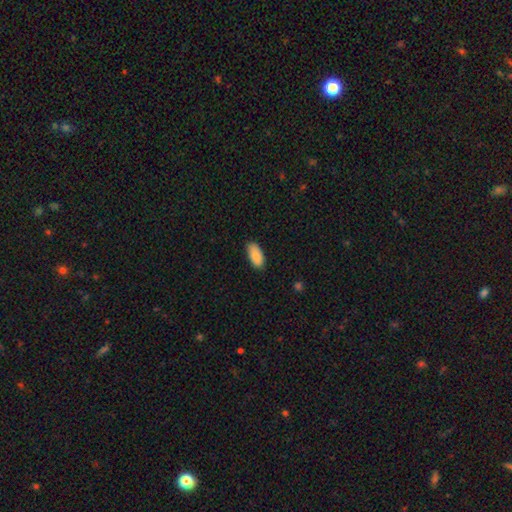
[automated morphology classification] A smooth galaxy with no disk features (88%) that is in between round and cigar-shaped (92%).

Vote fractions:
- Smooth or featured? smooth: 88% / star or artifact: 6% / featured or disk: 5%
- How rounded? in between: 92% / cigar-shaped: 6% / round: 2%
- Merging? none: 86% / minor disturbance: 11% / major disturbance: 2% / merger: 1%